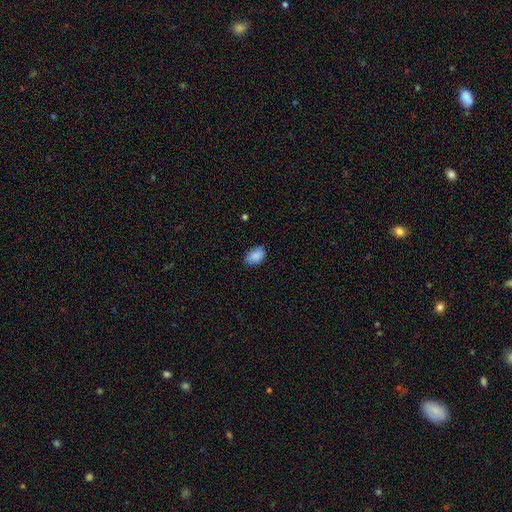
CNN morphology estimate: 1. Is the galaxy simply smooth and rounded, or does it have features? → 88% smooth, 7% star or artifact, 5% featured or disk.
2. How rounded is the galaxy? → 89% in between, 10% round, 1% cigar-shaped.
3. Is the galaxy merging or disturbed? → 75% none, 21% minor disturbance, 3% major disturbance, 1% merger.